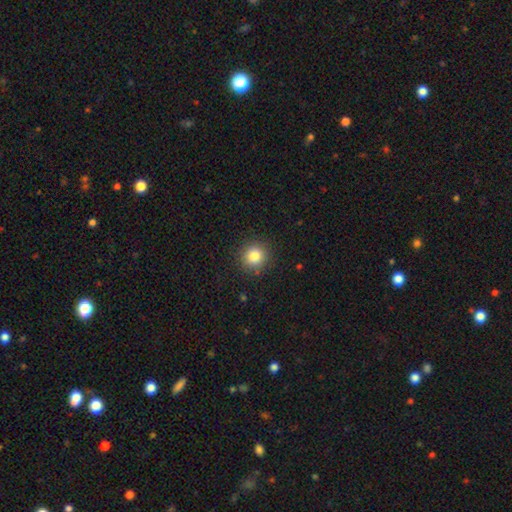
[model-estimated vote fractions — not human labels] The model was most divided on "smooth or featured": smooth: 82%, star or artifact: 11%, featured or disk: 6%. More confident: how rounded — round (93%); merging — none (90%).